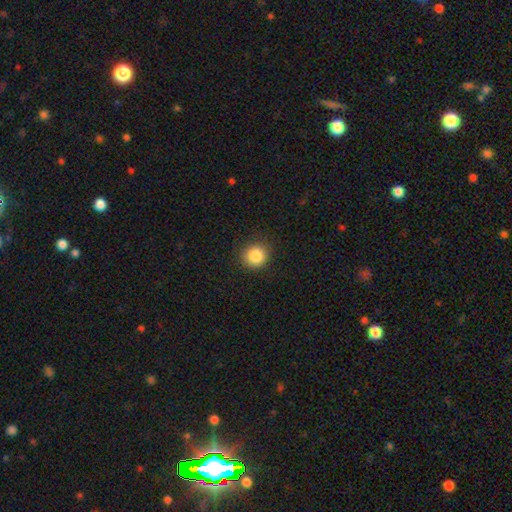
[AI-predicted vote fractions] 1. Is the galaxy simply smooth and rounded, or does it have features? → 86% smooth, 10% star or artifact, 4% featured or disk.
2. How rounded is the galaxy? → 89% round, 10% in between, 1% cigar-shaped.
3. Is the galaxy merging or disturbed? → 88% none, 8% minor disturbance, 2% major disturbance, 1% merger.